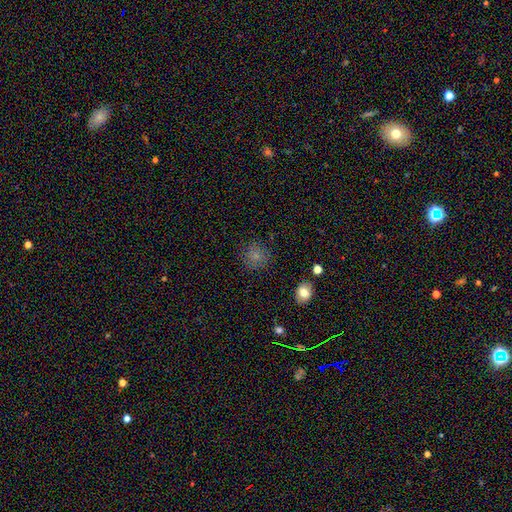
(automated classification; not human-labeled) Smooth or featured?
  - smooth: 77% *
  - star or artifact: 15%
  - featured or disk: 8%
How rounded?
  - round: 89% *
  - in between: 10%
  - cigar-shaped: 1%
Merging?
  - none: 85% *
  - minor disturbance: 10%
  - major disturbance: 3%
  - merger: 2%